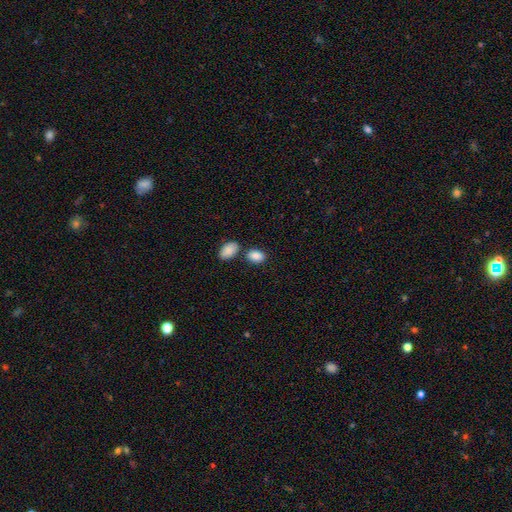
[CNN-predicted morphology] Smooth or featured? smooth (88%)
How rounded? in between (84%)
Merging? none (67%)